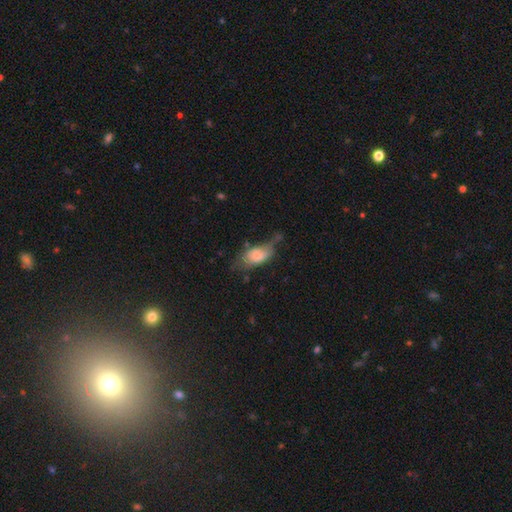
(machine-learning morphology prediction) This is likely a smooth galaxy (68%). How rounded: clearly in between (87%). Merging: marginally none (37%).